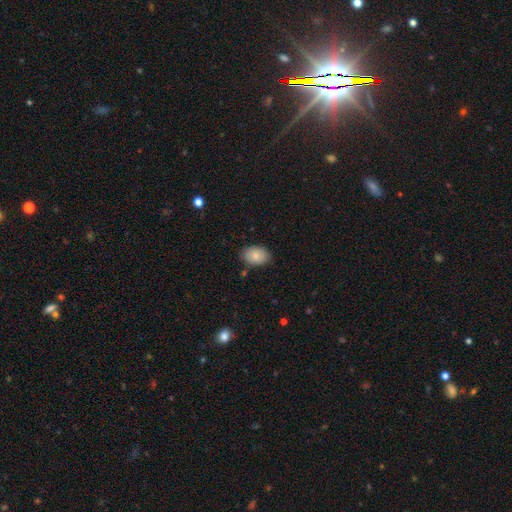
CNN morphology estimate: A smooth galaxy with no disk features (84%) that is in between round and cigar-shaped (86%).

Vote fractions:
- Smooth or featured? smooth: 84% / featured or disk: 9% / star or artifact: 7%
- How rounded? in between: 86% / round: 13% / cigar-shaped: 1%
- Merging? none: 83% / minor disturbance: 12% / major disturbance: 2% / merger: 2%